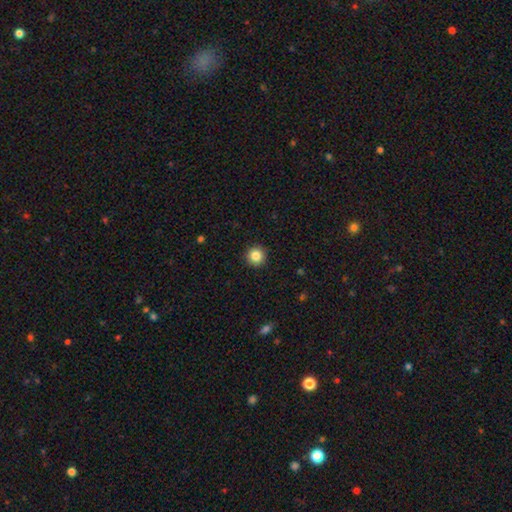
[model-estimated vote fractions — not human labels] Smooth or featured? smooth (85%)
How rounded? round (95%)
Merging? none (92%)